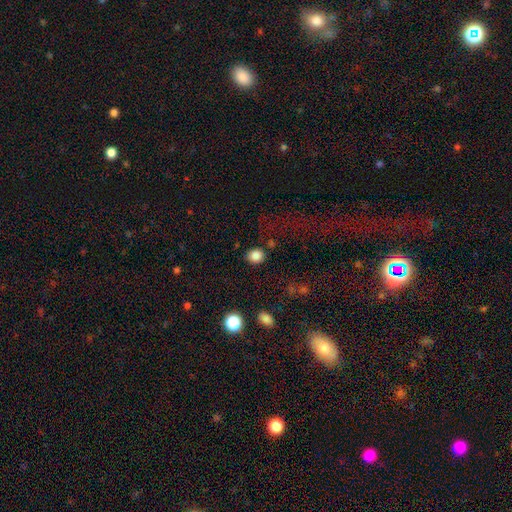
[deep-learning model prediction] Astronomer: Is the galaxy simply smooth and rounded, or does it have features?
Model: smooth — 85%.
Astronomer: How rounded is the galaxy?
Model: round — 70%.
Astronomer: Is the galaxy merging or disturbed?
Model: none — 84%.